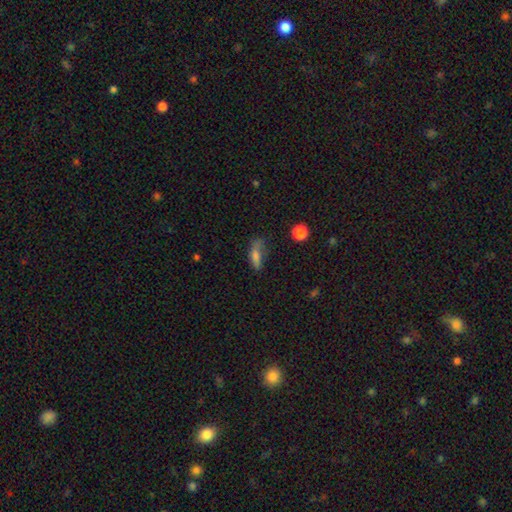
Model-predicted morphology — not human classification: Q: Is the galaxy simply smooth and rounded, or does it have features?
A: smooth — 71%.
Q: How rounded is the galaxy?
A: in between — 58%.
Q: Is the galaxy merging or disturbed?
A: none — 39%.